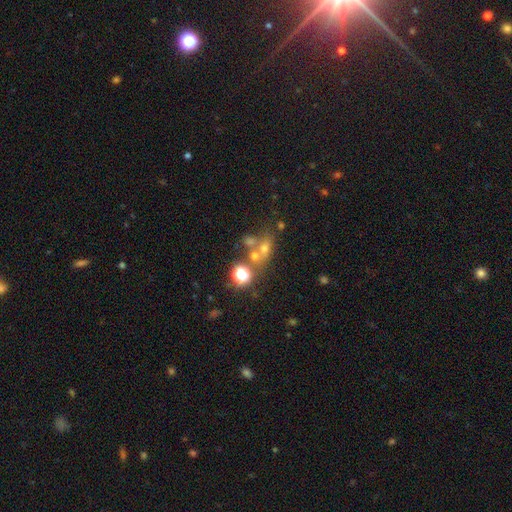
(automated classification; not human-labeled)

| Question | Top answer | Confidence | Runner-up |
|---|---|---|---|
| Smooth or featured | smooth | 45% | star or artifact (33%) |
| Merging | none | 44% | merger (38%) |